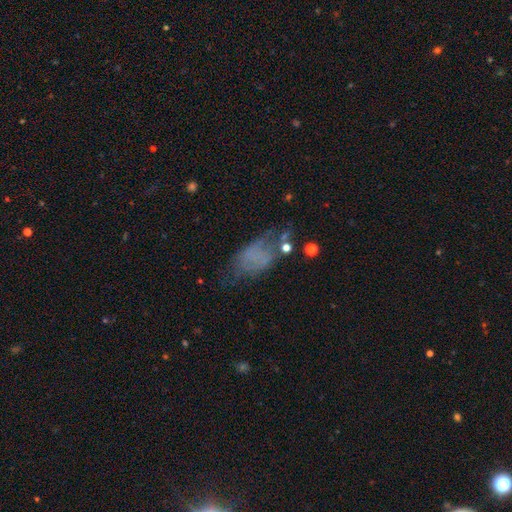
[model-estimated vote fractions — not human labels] smooth_or_featured: smooth (p=0.45) [alt: featured or disk p=0.36]
merging: none (p=0.37) [alt: major disturbance p=0.31]